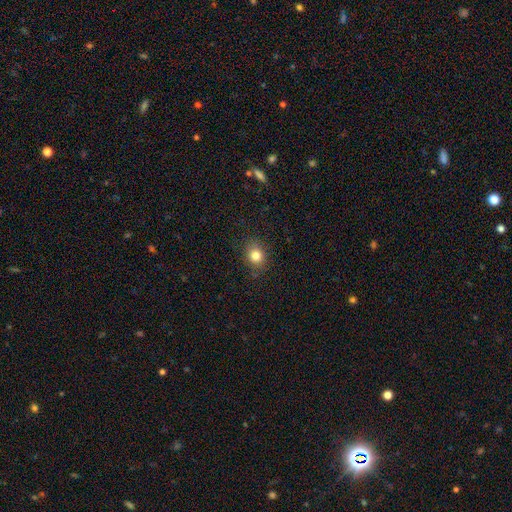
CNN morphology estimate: type=smooth (81%); roundness=round (66%); merging=none (86%).